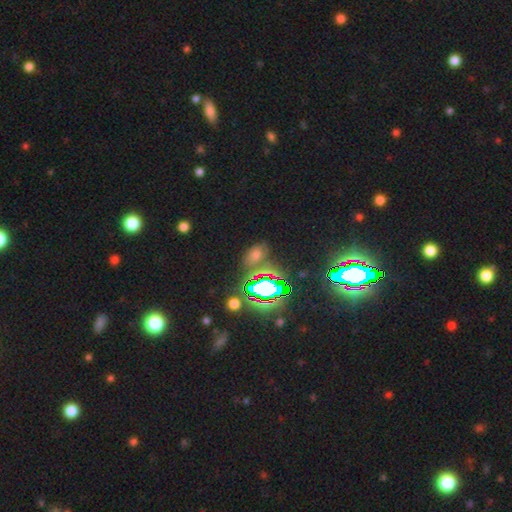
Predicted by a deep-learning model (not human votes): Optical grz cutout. It shows a star or artifact, not a galaxy (54%).